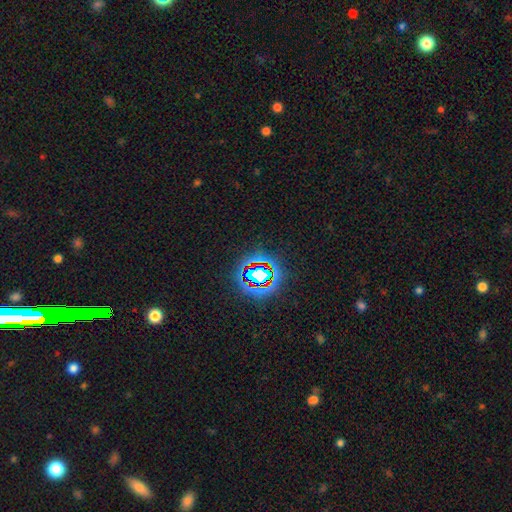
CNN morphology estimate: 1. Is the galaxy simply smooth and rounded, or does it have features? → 75% star or artifact, 14% smooth, 10% featured or disk.